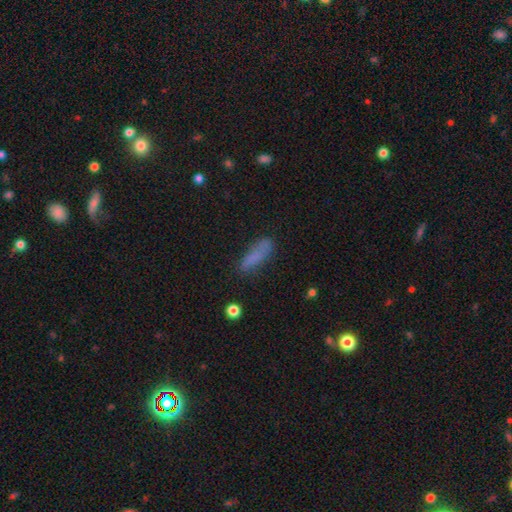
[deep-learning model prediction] smooth 74%, featured or disk 16%, star or artifact 11%. Down the decision tree: how rounded — cigar-shaped (58%); merging — none (64%).